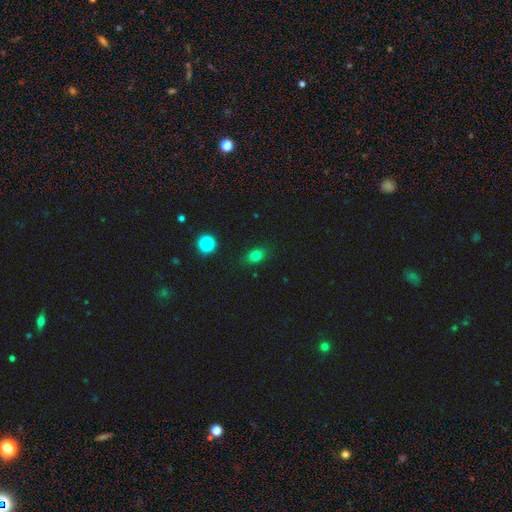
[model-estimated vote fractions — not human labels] Smooth or featured: smooth — 77% (star or artifact — 16%)
How rounded: in between — 61% (round — 36%)
Merging: none — 84% (minor disturbance — 12%)